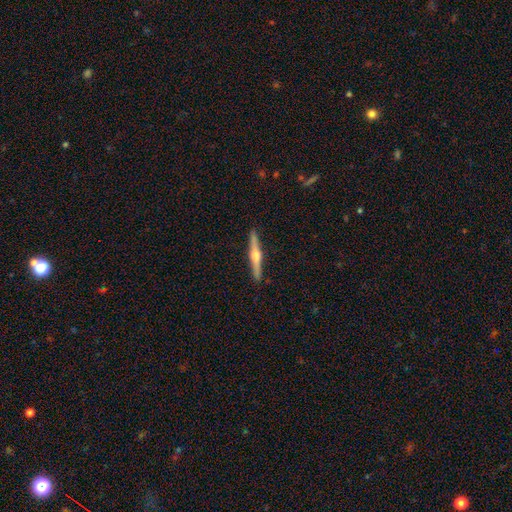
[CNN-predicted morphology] Smooth or featured: featured or disk — 74% (smooth — 21%)
Edge-on disk: yes — 98% (no — 2%)
Edge-on bulge: rounded — 93% (boxy — 4%)
Merging: none — 92% (minor disturbance — 6%)